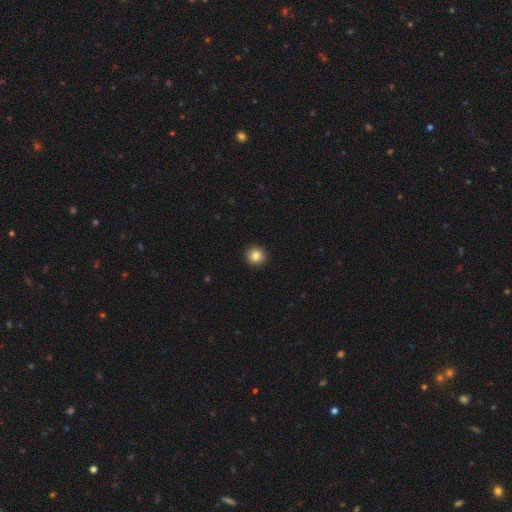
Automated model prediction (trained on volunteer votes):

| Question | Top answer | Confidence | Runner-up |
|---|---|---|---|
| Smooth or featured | smooth | 84% | star or artifact (10%) |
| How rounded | round | 93% | in between (6%) |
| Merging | none | 93% | minor disturbance (4%) |